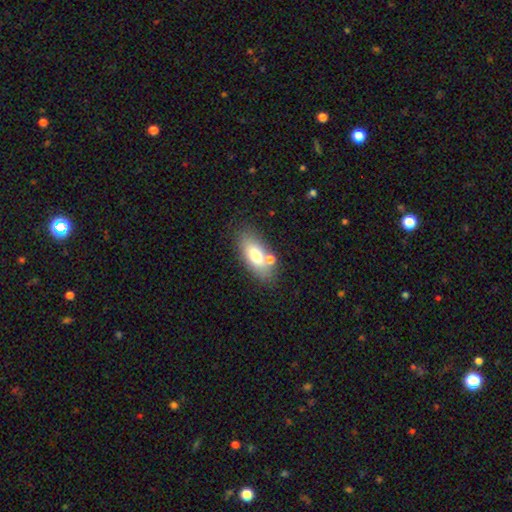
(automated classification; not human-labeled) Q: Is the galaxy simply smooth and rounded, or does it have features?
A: smooth — 69%.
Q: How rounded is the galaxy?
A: in between — 84%.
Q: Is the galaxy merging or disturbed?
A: none — 68%.